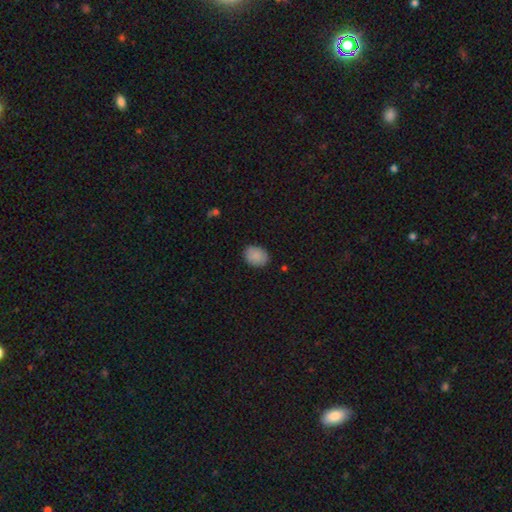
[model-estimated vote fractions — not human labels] Smooth or featured?
  - smooth: 88% *
  - star or artifact: 8%
  - featured or disk: 4%
How rounded?
  - in between: 62% *
  - round: 37%
  - cigar-shaped: 1%
Merging?
  - none: 86% *
  - minor disturbance: 11%
  - major disturbance: 2%
  - merger: 1%